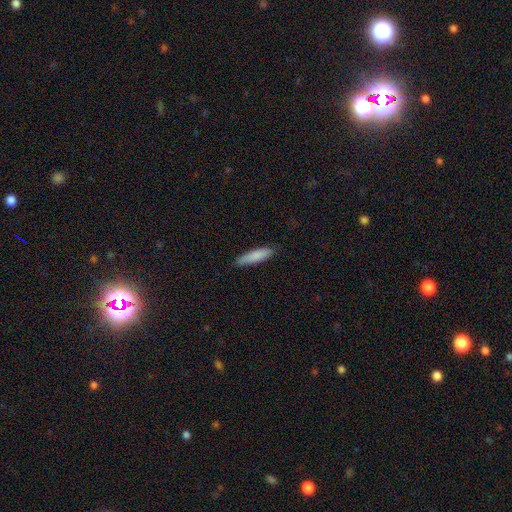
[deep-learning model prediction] Q: Smooth or featured?
A: smooth (84%); runner-up: featured or disk (10%)
Q: How rounded?
A: cigar-shaped (77%); runner-up: in between (22%)
Q: Merging?
A: none (86%); runner-up: minor disturbance (11%)